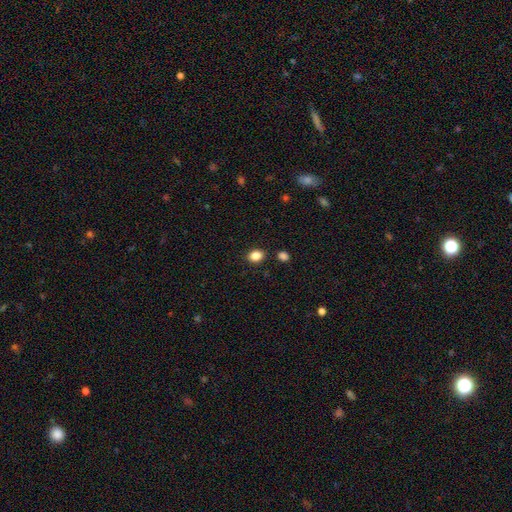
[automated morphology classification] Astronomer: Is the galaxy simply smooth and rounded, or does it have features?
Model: smooth — 85%.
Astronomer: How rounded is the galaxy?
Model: in between — 60% (runner-up: round, 39%).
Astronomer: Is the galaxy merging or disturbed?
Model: none — 87%.